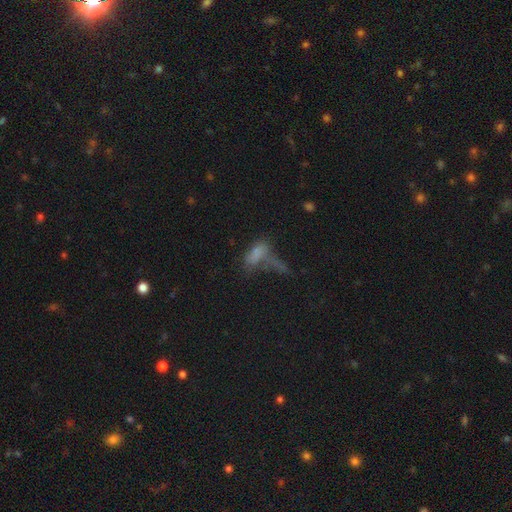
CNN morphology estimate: Smooth or featured? smooth (57%)
How rounded? in between (73%)
Merging? merger (31%)